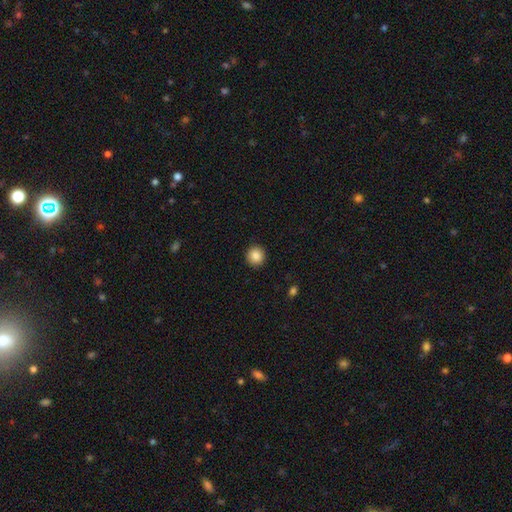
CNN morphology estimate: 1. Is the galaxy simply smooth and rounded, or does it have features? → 87% smooth, 9% star or artifact, 4% featured or disk.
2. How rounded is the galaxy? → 94% round, 5% in between, 1% cigar-shaped.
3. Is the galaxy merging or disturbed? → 92% none, 5% minor disturbance, 2% major disturbance, 1% merger.